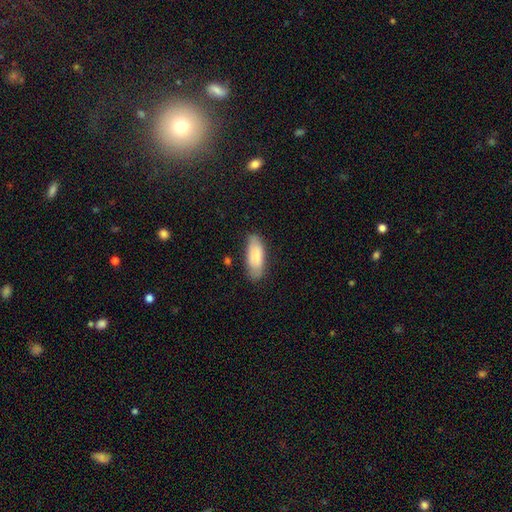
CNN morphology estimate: smooth-or-featured: smooth: 81% | featured or disk: 13% | star or artifact: 6%
  how-rounded: in between: 75% | cigar-shaped: 23% | round: 2%
  merging: none: 75% | minor disturbance: 19% | major disturbance: 4% | merger: 2%